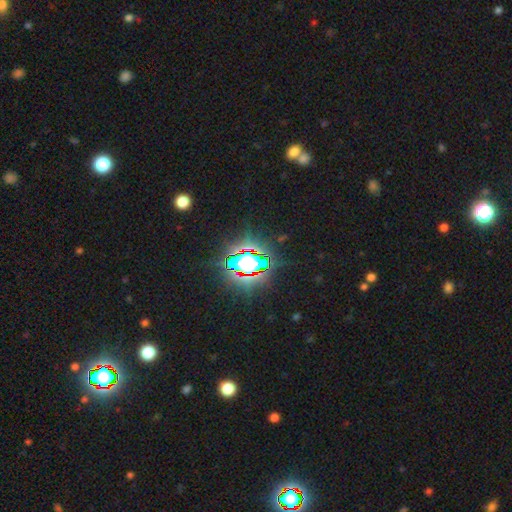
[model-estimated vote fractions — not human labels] smooth-or-featured: star or artifact: 79% | smooth: 12% | featured or disk: 9%